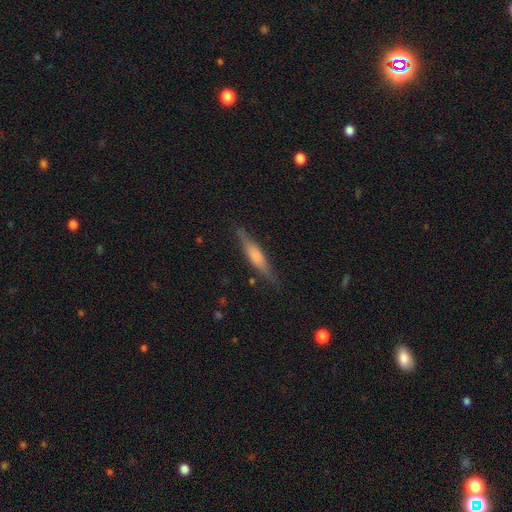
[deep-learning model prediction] Smooth or featured? Predicted: smooth (p=0.49). Merging? Predicted: none (p=0.82).